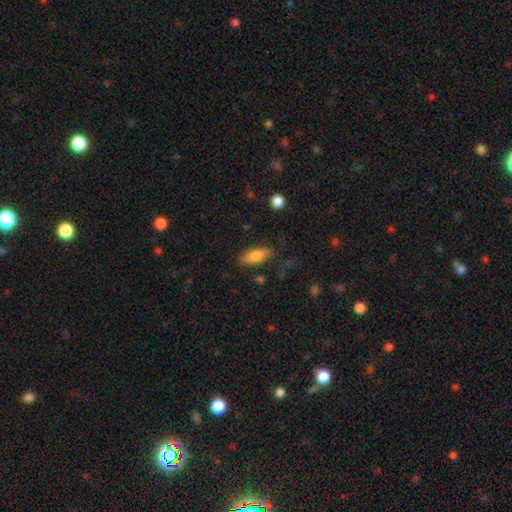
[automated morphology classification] type=smooth (76%); roundness=in between (74%); merging=none (79%).